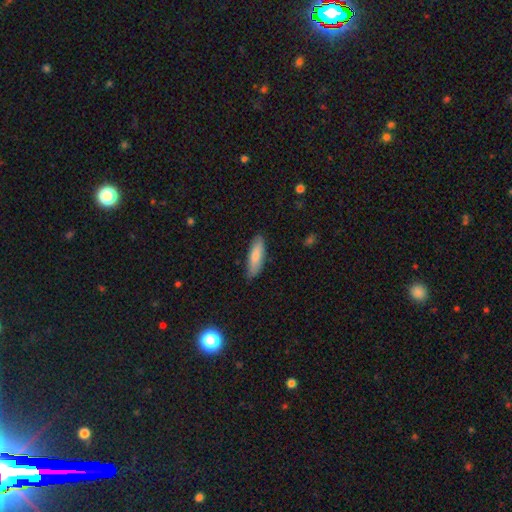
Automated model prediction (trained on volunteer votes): A smooth galaxy with no disk features (81%) that is cigar-shaped (56%).

Vote fractions:
- Smooth or featured? smooth: 81% / featured or disk: 13% / star or artifact: 6%
- How rounded? cigar-shaped: 56% / in between: 43% / round: 2%
- Merging? none: 83% / minor disturbance: 14% / major disturbance: 2% / merger: 1%